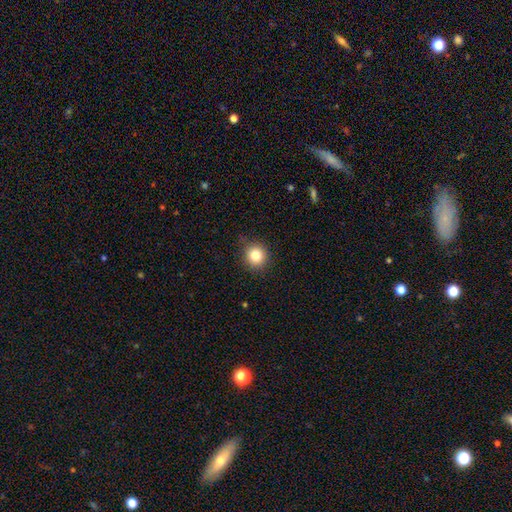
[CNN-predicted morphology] Smooth or featured: smooth — 83% (star or artifact — 11%)
How rounded: round — 89% (in between — 10%)
Merging: none — 87% (minor disturbance — 9%)